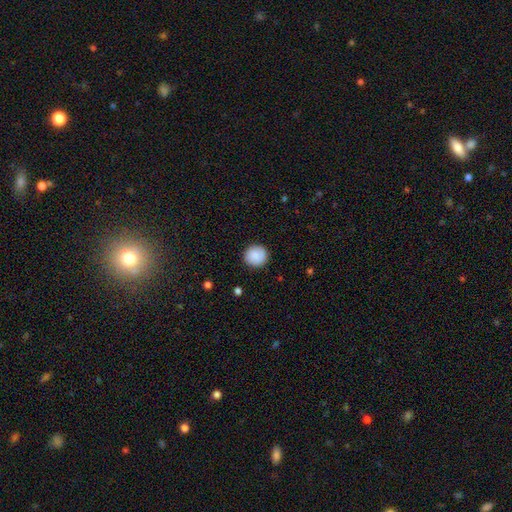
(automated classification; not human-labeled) Smooth or featured: smooth — 85% (featured or disk — 7%)
How rounded: round — 94% (in between — 5%)
Merging: none — 90% (minor disturbance — 7%)